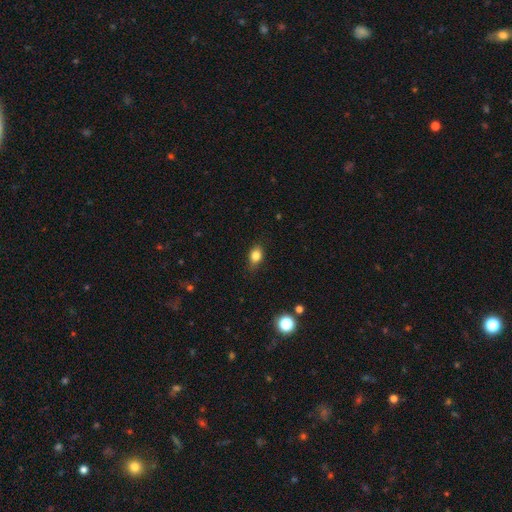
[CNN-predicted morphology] Q: Smooth or featured?
A: smooth (83%); runner-up: star or artifact (10%)
Q: How rounded?
A: in between (73%); runner-up: round (25%)
Q: Merging?
A: none (81%); runner-up: minor disturbance (15%)